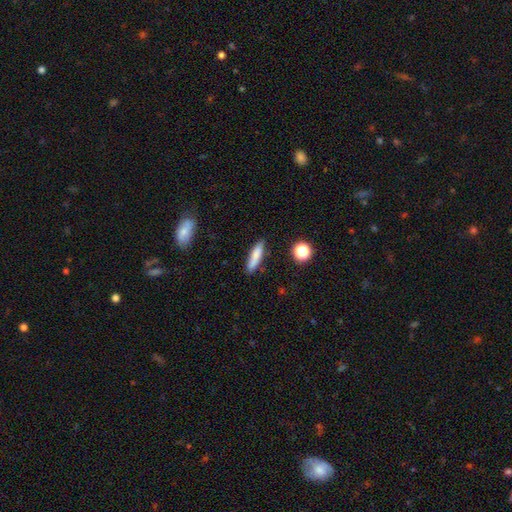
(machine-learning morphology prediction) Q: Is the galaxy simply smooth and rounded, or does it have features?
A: smooth — 80%.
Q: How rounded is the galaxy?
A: cigar-shaped — 77%.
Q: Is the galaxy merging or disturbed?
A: none — 83%.